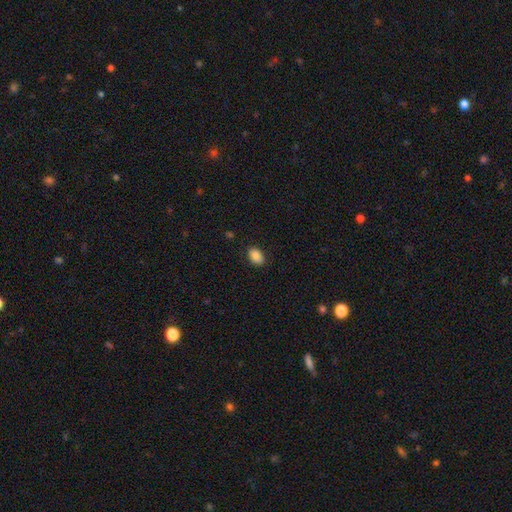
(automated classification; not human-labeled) Smooth or featured: smooth — 87% (star or artifact — 8%)
How rounded: in between — 85% (round — 14%)
Merging: none — 88% (minor disturbance — 9%)